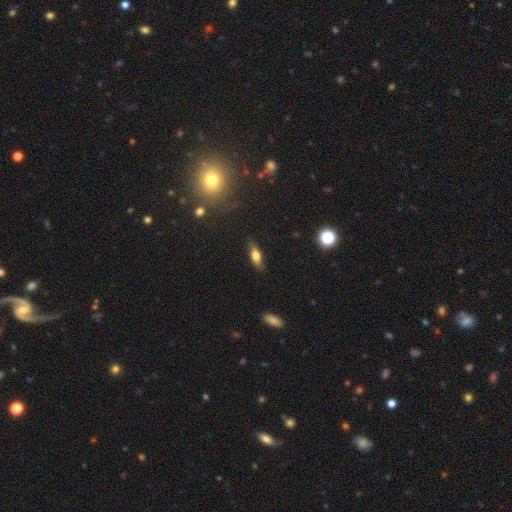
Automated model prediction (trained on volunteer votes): The model was most divided on "how rounded": in between: 61%, cigar-shaped: 34%, round: 4%. More confident: merging — none (80%); smooth or featured — smooth (62%).